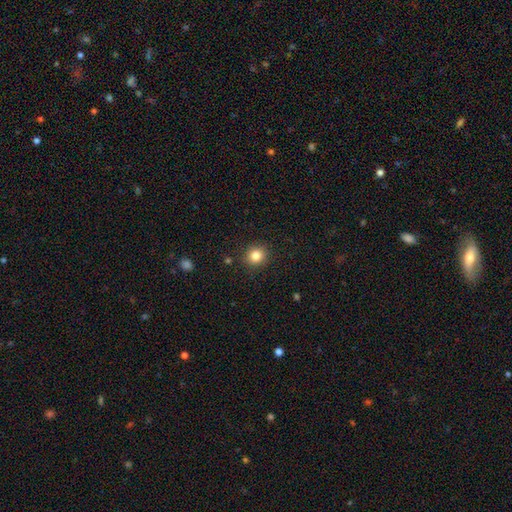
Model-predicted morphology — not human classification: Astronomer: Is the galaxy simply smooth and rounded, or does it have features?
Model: smooth — 83%.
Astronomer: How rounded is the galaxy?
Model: round — 85%.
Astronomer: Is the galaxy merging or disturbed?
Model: none — 89%.